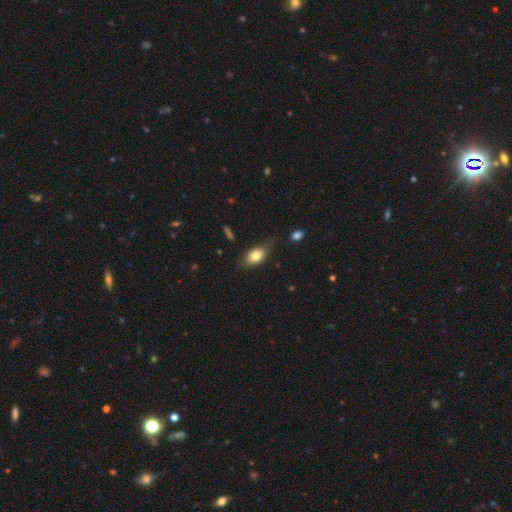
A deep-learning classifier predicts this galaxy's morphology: Smooth or featured?
  - smooth: 80% *
  - featured or disk: 13%
  - star or artifact: 8%
How rounded?
  - in between: 86% *
  - round: 10%
  - cigar-shaped: 4%
Merging?
  - none: 69% *
  - minor disturbance: 23%
  - major disturbance: 6%
  - merger: 2%